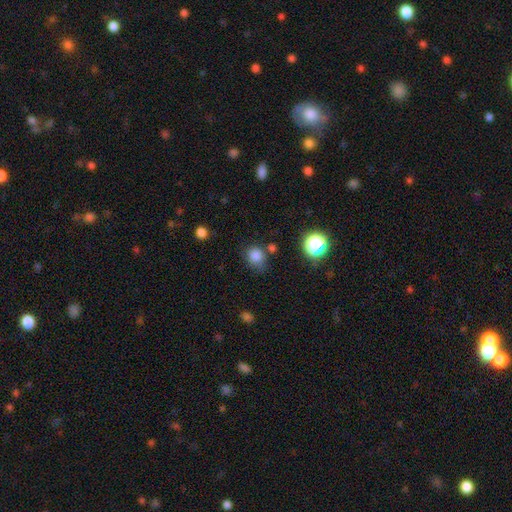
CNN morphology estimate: A smooth galaxy with no disk features (81%) that is round (81%). Merging: none (68%).